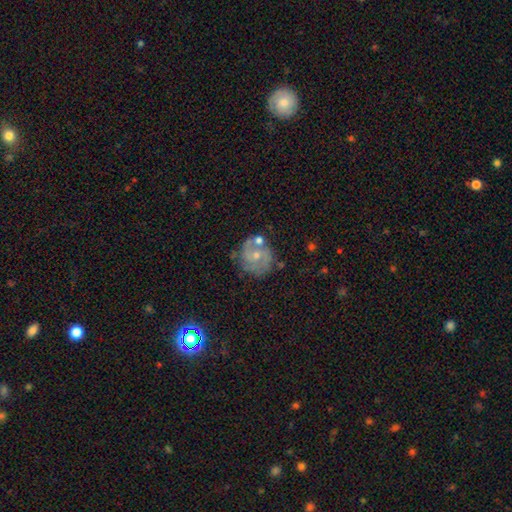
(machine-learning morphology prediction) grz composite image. It shows a featured or disk galaxy (68%) with no bar (69%), 2 (51%) tight (45%) spiral arms (83%) and a small central bulge (53%). Merging: none (60%).